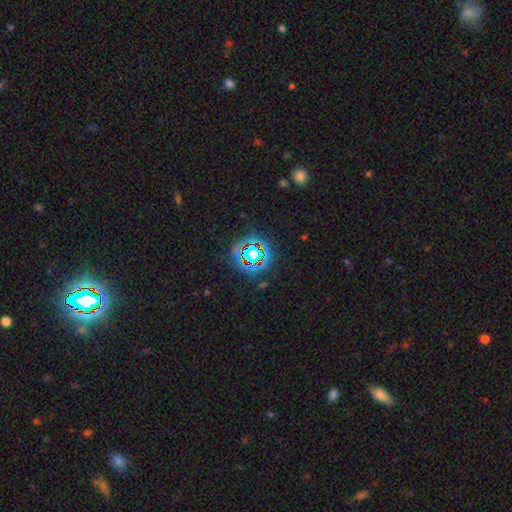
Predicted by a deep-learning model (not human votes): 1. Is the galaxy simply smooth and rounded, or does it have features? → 72% star or artifact, 17% smooth, 11% featured or disk.